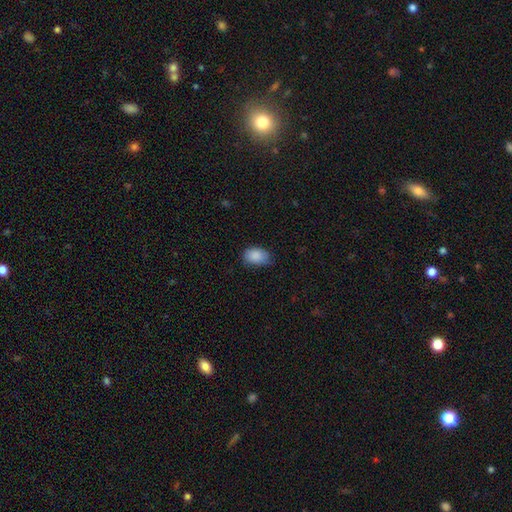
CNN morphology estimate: Overall: smooth (88%). How rounded: in between (86%). Merging: none (68%).